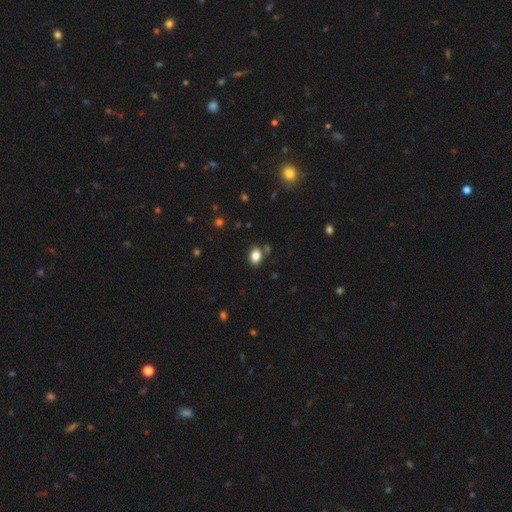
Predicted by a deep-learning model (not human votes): A smooth galaxy with no disk features (83%) that is in between round and cigar-shaped (69%). Merging: none (79%).